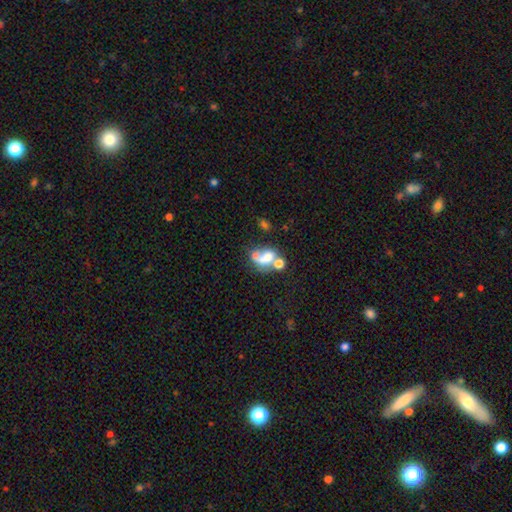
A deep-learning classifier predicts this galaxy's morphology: A smooth galaxy with no disk features (51%) that is in between round and cigar-shaped (67%). Merging: merger (53%).